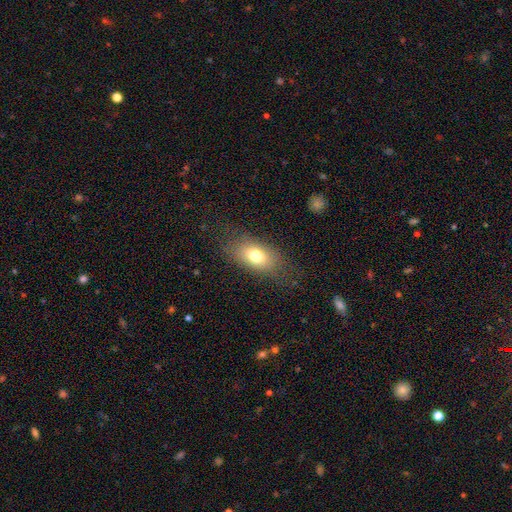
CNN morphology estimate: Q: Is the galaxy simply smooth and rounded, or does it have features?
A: smooth — 73%.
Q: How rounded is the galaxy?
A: in between — 85%.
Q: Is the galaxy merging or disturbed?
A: none — 74%.